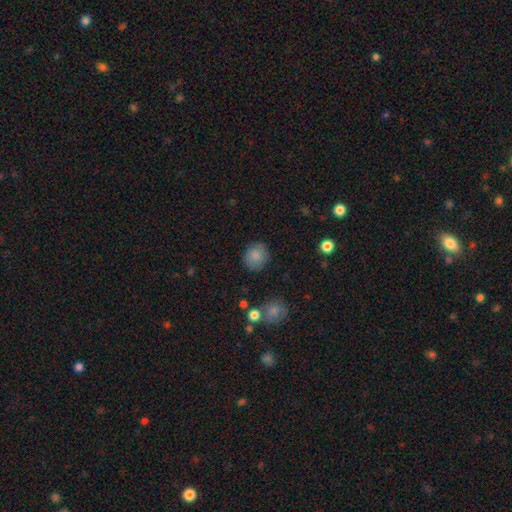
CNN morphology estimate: Q: Smooth or featured?
A: smooth (85%); runner-up: star or artifact (8%)
Q: How rounded?
A: round (80%); runner-up: in between (19%)
Q: Merging?
A: none (84%); runner-up: minor disturbance (11%)